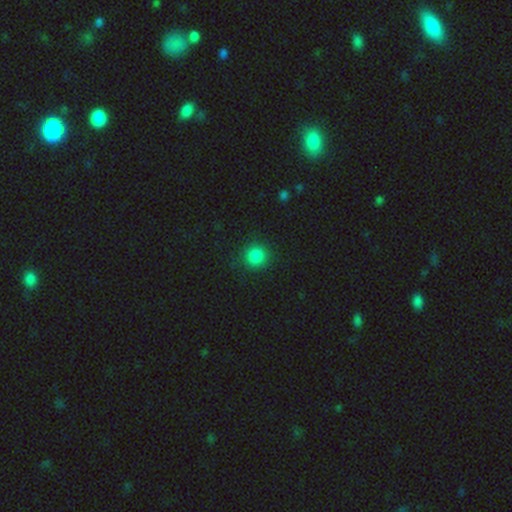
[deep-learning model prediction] This appears to be a smooth galaxy with no disk features (84%) that is round (92%). Merging: none (88%).